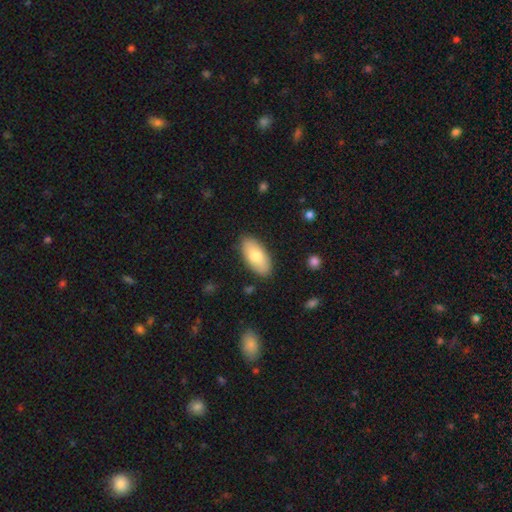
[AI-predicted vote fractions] Overall: smooth (76%). How rounded: in between (91%). Merging: none (87%).